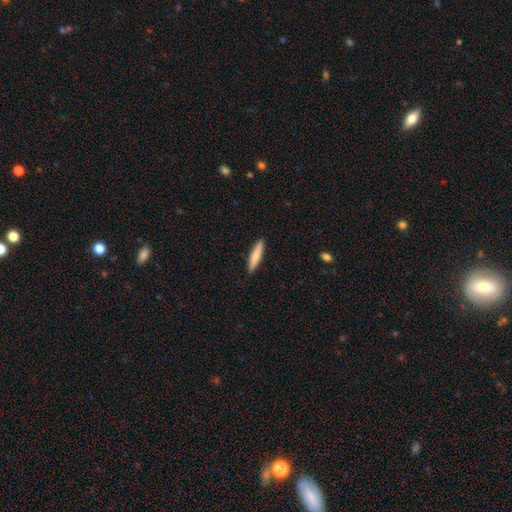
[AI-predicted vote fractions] Overall: smooth (74%). How rounded: cigar-shaped (88%). Merging: none (91%).